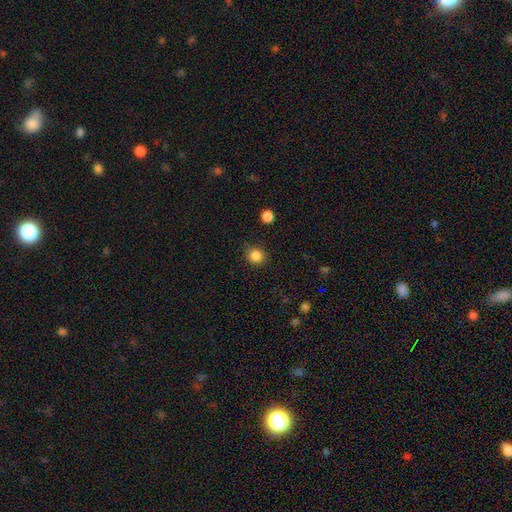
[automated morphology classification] Smooth or featured: smooth — 85% (star or artifact — 12%)
How rounded: round — 89% (in between — 10%)
Merging: none — 86% (minor disturbance — 10%)